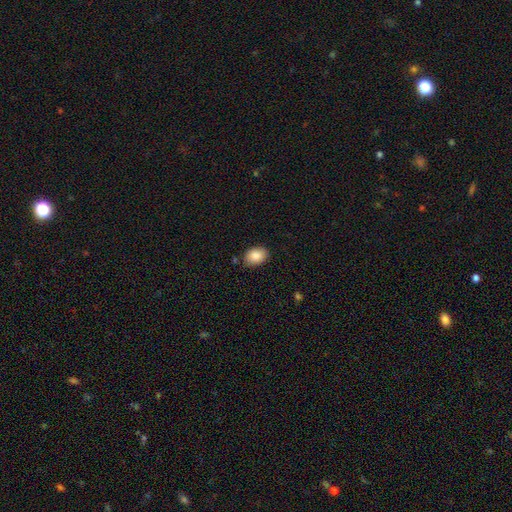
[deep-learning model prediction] smooth-or-featured: smooth: 86% | star or artifact: 7% | featured or disk: 7%
  how-rounded: in between: 80% | round: 19% | cigar-shaped: 1%
  merging: none: 83% | minor disturbance: 13% | major disturbance: 2% | merger: 2%